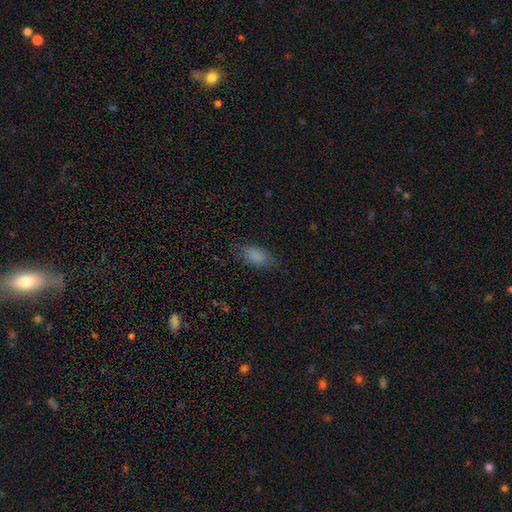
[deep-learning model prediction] Overall: smooth (85%). How rounded: in between (90%). Merging: none (78%).